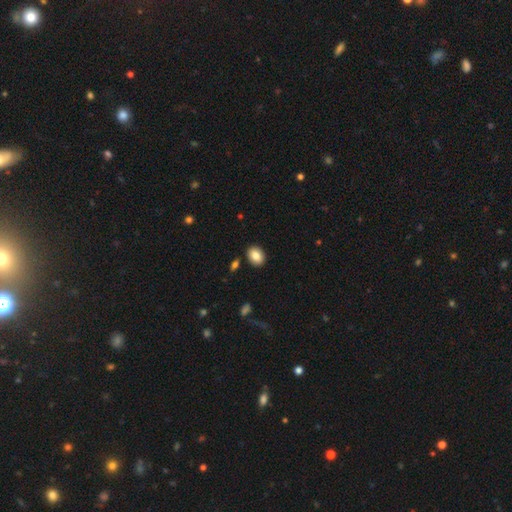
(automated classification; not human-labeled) Smooth or featured: smooth — 83% (featured or disk — 9%)
How rounded: in between — 63% (round — 36%)
Merging: none — 88% (minor disturbance — 8%)